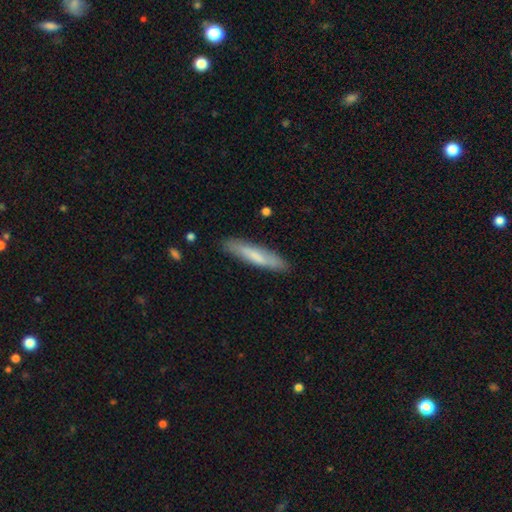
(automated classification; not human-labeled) Morphology: type=smooth (66%); roundness=cigar-shaped (86%); merging=none (85%).